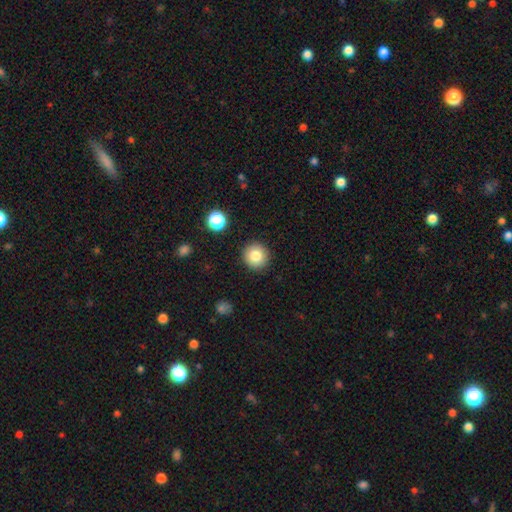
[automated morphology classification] smooth 83%, star or artifact 10%, featured or disk 8%. Down the decision tree: how rounded — round (95%); merging — none (91%).